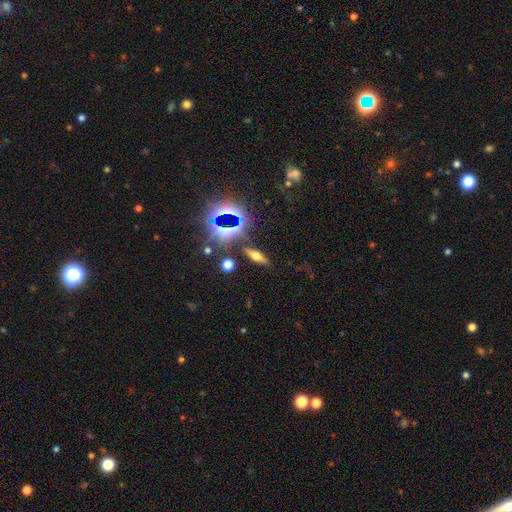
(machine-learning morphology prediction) This is marginally a smooth galaxy (39%). Merging: clearly none (83%).